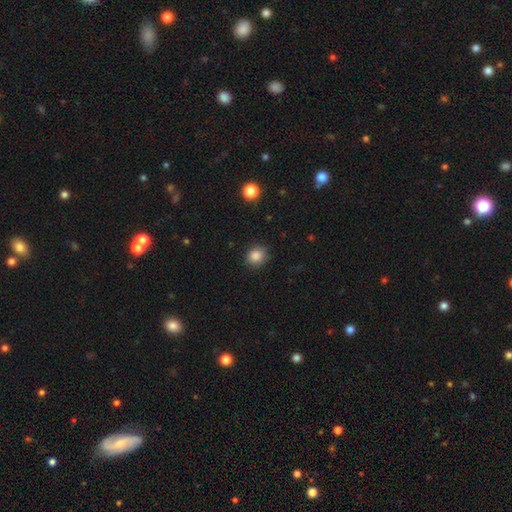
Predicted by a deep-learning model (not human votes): smooth_or_featured: smooth (p=0.85) [alt: star or artifact p=0.11]
how_rounded: round (p=0.77) [alt: in between p=0.22]
merging: none (p=0.83) [alt: minor disturbance p=0.13]